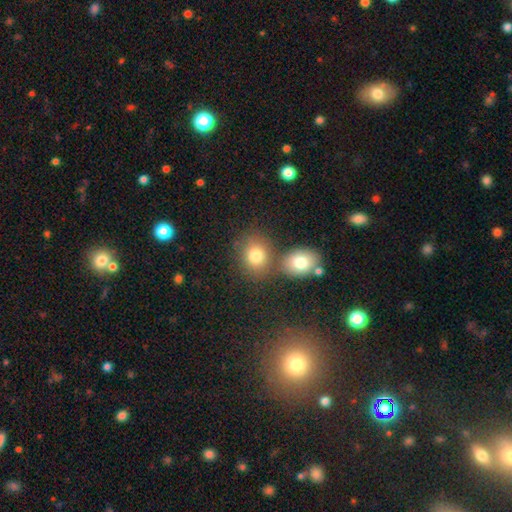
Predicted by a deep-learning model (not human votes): smooth-or-featured: smooth: 80% | star or artifact: 11% | featured or disk: 9%
  how-rounded: round: 61% | in between: 38% | cigar-shaped: 1%
  merging: none: 57% | merger: 29% | minor disturbance: 10% | major disturbance: 4%